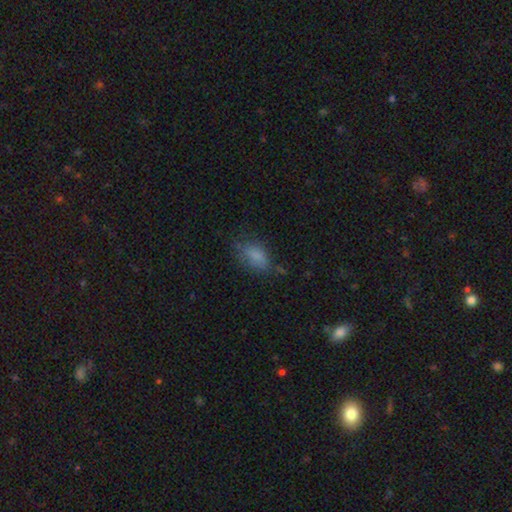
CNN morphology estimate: A smooth galaxy with no disk features (76%) that is in between round and cigar-shaped (87%). Merging: none (50%).